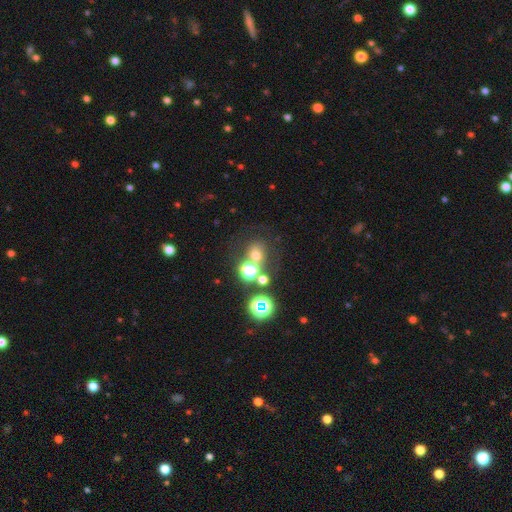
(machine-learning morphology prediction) Smooth or featured?
  - smooth: 57% *
  - star or artifact: 31%
  - featured or disk: 11%
How rounded?
  - round: 78% *
  - in between: 20%
  - cigar-shaped: 1%
Merging?
  - none: 57% *
  - merger: 26%
  - minor disturbance: 10%
  - major disturbance: 6%